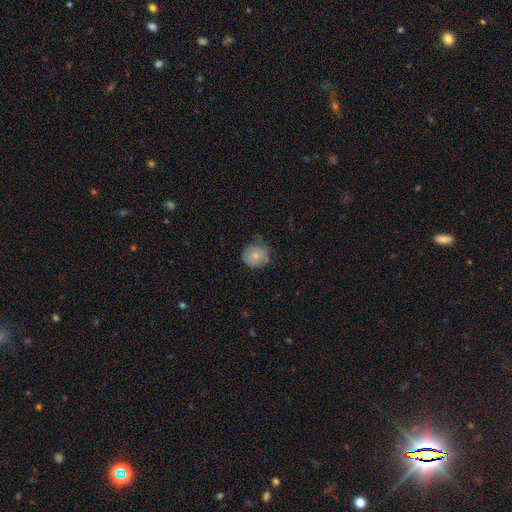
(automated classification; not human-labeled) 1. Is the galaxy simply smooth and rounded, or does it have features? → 76% smooth, 16% featured or disk, 8% star or artifact.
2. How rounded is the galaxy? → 85% round, 15% in between, 1% cigar-shaped.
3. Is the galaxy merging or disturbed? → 65% none, 27% minor disturbance, 7% major disturbance, 1% merger.